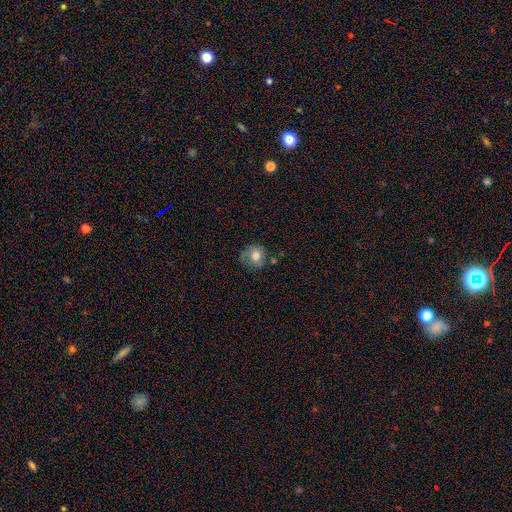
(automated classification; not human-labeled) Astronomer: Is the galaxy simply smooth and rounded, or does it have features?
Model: smooth — 70%.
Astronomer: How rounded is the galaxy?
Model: round — 80%.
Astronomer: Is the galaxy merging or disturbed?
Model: none — 59%.